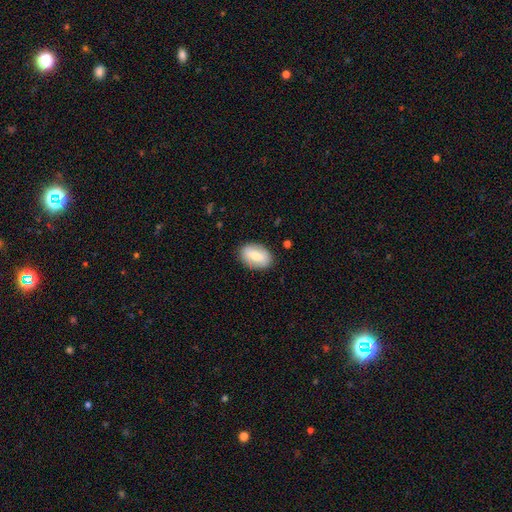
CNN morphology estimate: Smooth or featured? Predicted: smooth (p=0.68). How rounded? Predicted: in between (p=0.86). Merging? Predicted: none (p=0.85).